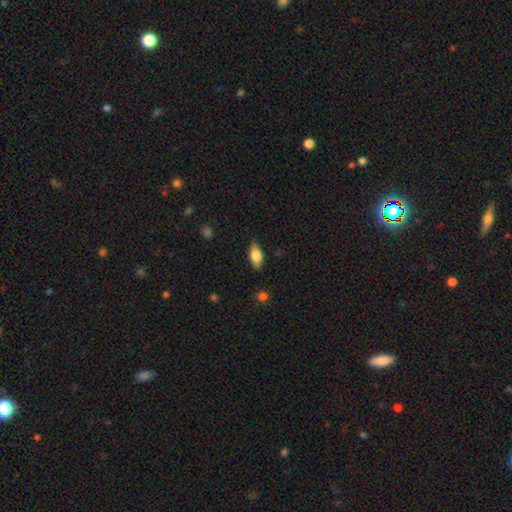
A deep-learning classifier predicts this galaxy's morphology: smooth_or_featured: smooth (p=0.73) [alt: featured or disk p=0.20]
how_rounded: in between (p=0.86) [alt: cigar-shaped p=0.10]
merging: none (p=0.83) [alt: minor disturbance p=0.14]